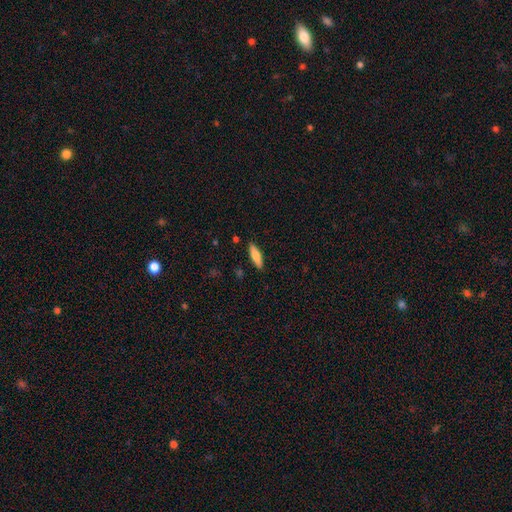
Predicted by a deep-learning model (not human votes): Morphology: type=smooth (73%); roundness=cigar-shaped (62%); merging=none (88%).